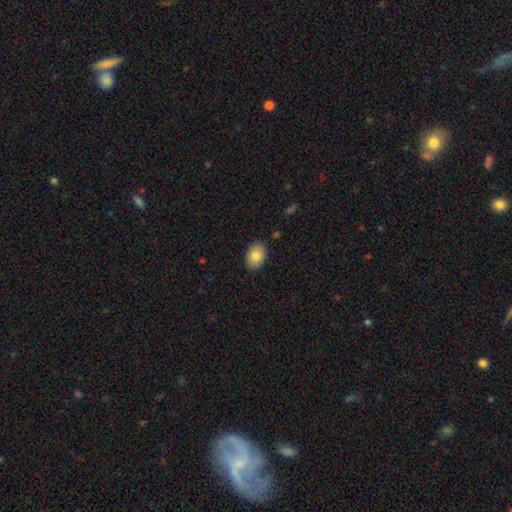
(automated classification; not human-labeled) Smooth or featured? smooth (83%)
How rounded? in between (81%)
Merging? none (88%)